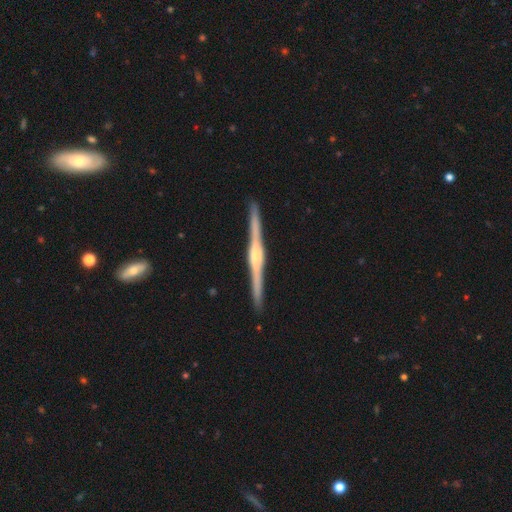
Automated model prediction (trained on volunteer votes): smooth-or-featured: featured or disk: 88% | smooth: 8% | star or artifact: 5%
  disk-edge-on: yes: 99% | no: 1%
    edge-on-bulge: rounded: 68% | boxy: 23% | none: 9%
  merging: none: 92% | minor disturbance: 5% | major disturbance: 1% | merger: 1%